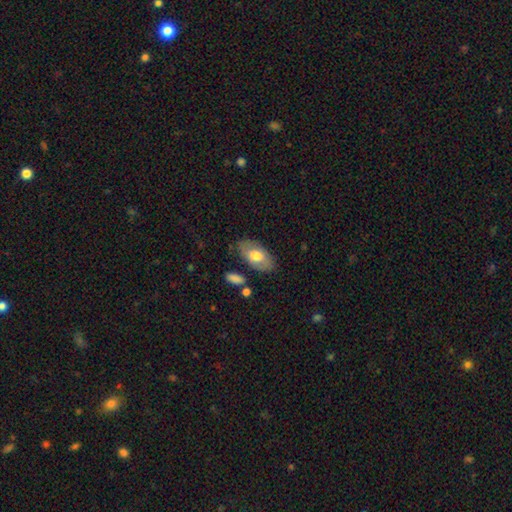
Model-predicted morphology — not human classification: smooth_or_featured: smooth (p=0.66) [alt: featured or disk p=0.28]
how_rounded: in between (p=0.93) [alt: round p=0.04]
merging: none (p=0.77) [alt: minor disturbance p=0.15]